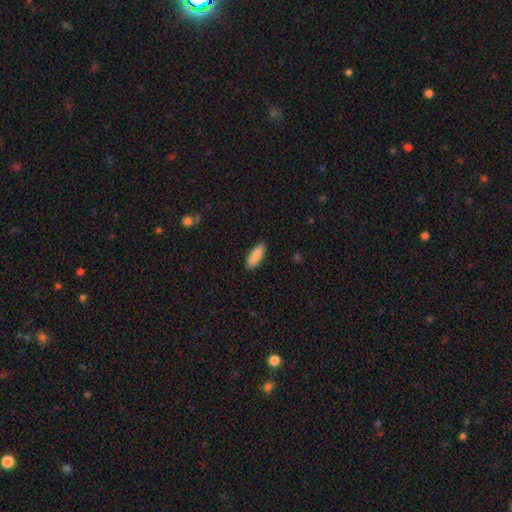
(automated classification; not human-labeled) Morphology: type=smooth (90%); roundness=in between (65%); merging=none (90%).